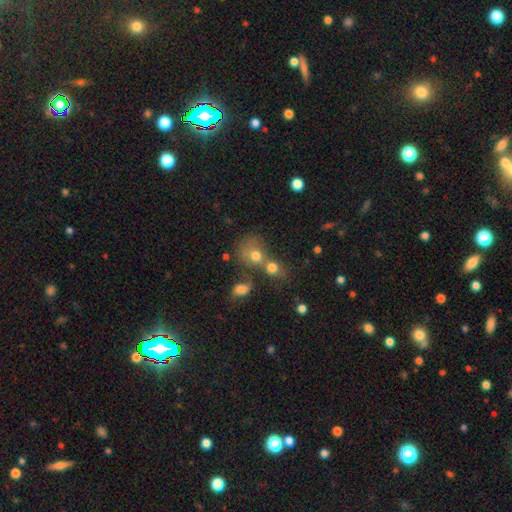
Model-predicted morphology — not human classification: Q: Smooth or featured?
A: smooth (73%); runner-up: featured or disk (15%)
Q: How rounded?
A: round (69%); runner-up: in between (30%)
Q: Merging?
A: merger (52%); runner-up: none (30%)